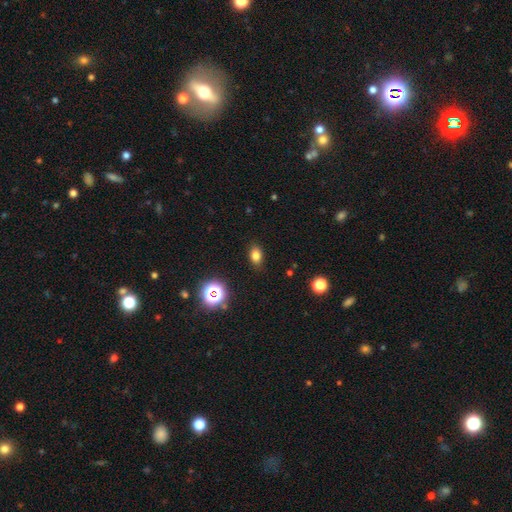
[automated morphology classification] type=smooth (77%); roundness=in between (79%); merging=none (86%).